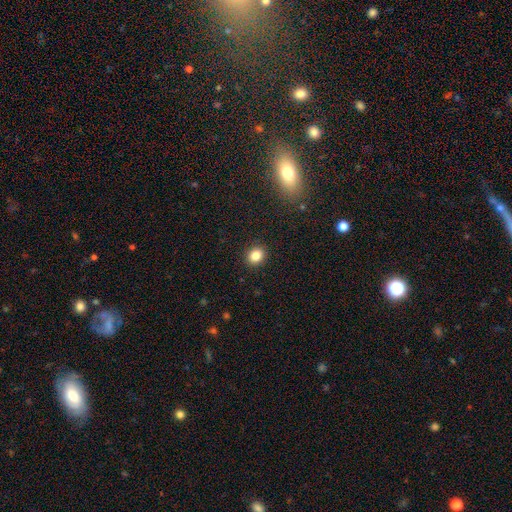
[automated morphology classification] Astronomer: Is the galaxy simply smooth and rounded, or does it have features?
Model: smooth — 84%.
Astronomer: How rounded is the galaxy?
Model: round — 68%.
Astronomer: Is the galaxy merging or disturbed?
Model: none — 91%.